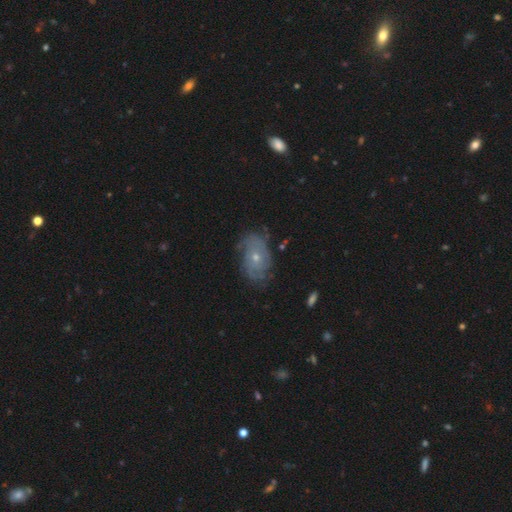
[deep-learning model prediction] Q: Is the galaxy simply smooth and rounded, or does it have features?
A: featured or disk — 76%.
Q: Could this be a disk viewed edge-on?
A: no — 96%.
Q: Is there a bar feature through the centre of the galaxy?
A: no — 84%.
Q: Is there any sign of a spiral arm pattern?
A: yes — 89%.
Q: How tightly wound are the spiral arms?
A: tight — 59%.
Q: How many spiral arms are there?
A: can't tell — 41%.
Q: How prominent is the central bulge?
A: small — 62%.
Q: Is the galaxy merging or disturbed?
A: none — 72%.